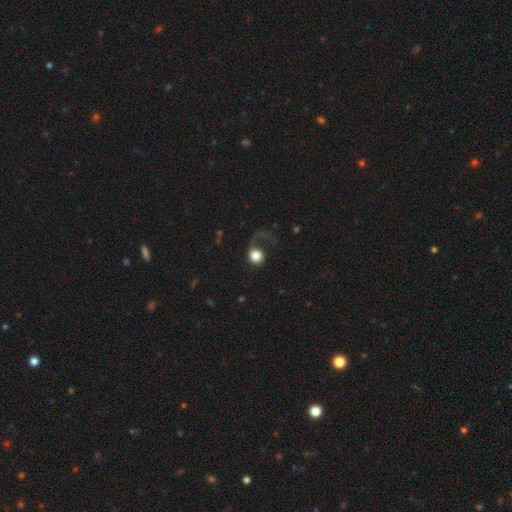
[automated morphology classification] smooth 68%, featured or disk 23%, star or artifact 9%. Down the decision tree: how rounded — round (85%); merging — major disturbance (48%).